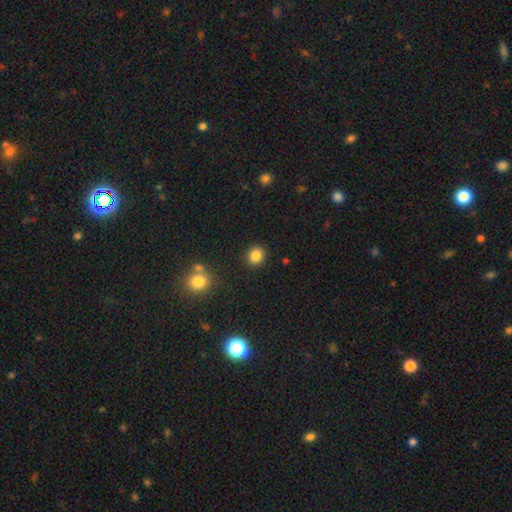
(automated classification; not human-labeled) smooth-or-featured: smooth: 85% | star or artifact: 10% | featured or disk: 4%
  how-rounded: round: 76% | in between: 23% | cigar-shaped: 1%
  merging: none: 89% | minor disturbance: 6% | merger: 2% | major disturbance: 2%